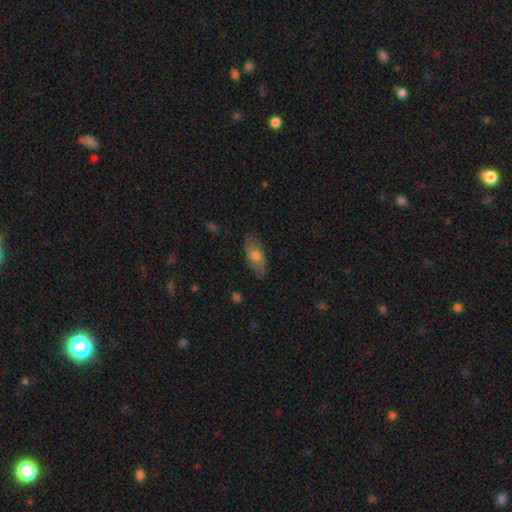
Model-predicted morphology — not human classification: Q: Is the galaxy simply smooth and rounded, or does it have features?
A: smooth — 67%.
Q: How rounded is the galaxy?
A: in between — 88%.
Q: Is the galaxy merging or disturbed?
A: none — 77%.